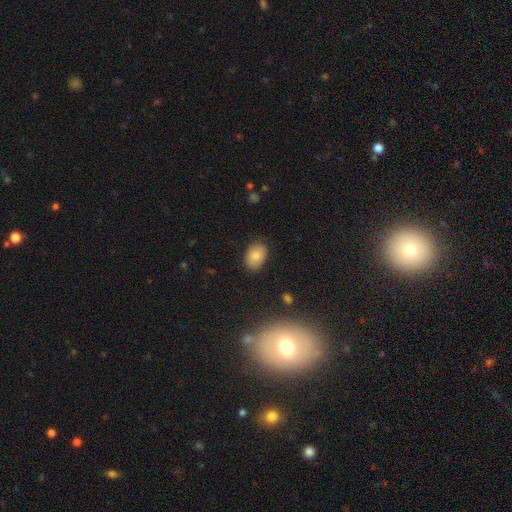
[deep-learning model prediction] This appears to be a smooth galaxy with no disk features (81%) that is in between round and cigar-shaped (84%). Merging: none (82%).